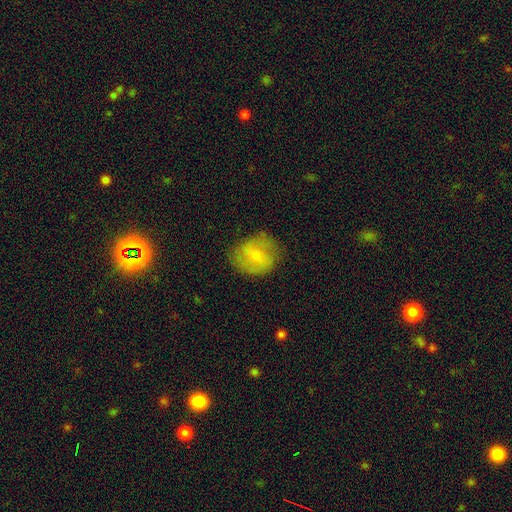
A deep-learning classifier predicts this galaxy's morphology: Smooth or featured?
  - smooth: 55% *
  - featured or disk: 37%
  - star or artifact: 8%
How rounded?
  - round: 67% *
  - in between: 32%
  - cigar-shaped: 1%
Merging?
  - none: 74% *
  - minor disturbance: 18%
  - major disturbance: 6%
  - merger: 1%